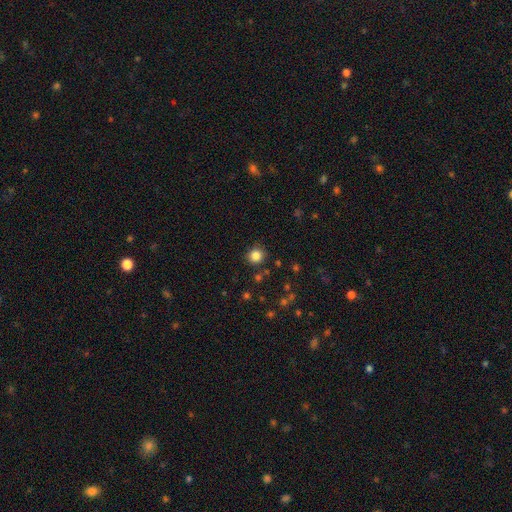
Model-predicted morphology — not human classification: The model was most divided on "smooth or featured": smooth: 84%, star or artifact: 12%, featured or disk: 5%. More confident: how rounded — round (91%); merging — none (88%).